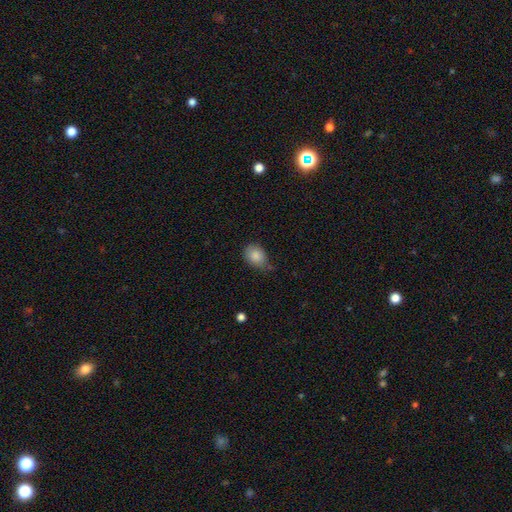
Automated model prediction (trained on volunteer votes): Smooth or featured? smooth (85%)
How rounded? in between (57%)
Merging? none (52%)